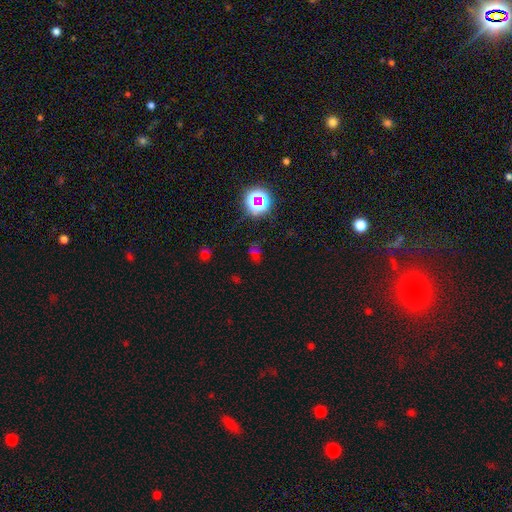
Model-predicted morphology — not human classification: A star or artifact, not a galaxy (54%).